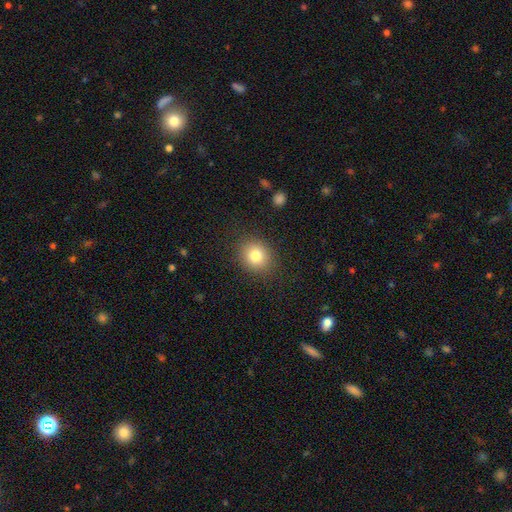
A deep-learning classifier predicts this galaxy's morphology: smooth 81%, star or artifact 11%, featured or disk 8%. Down the decision tree: how rounded — round (75%); merging — none (87%).